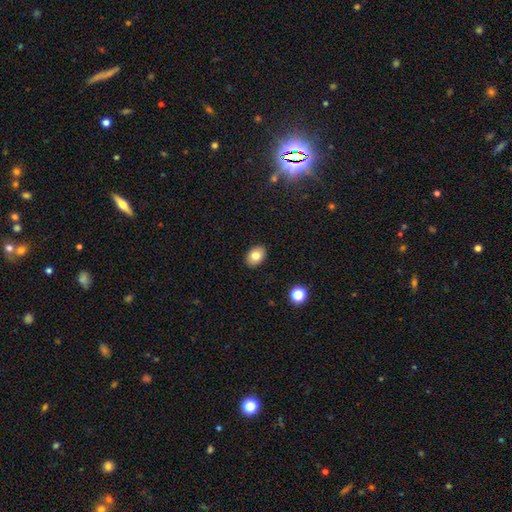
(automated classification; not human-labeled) smooth_or_featured: smooth (p=0.80) [alt: featured or disk p=0.11]
how_rounded: in between (p=0.82) [alt: round p=0.17]
merging: none (p=0.90) [alt: minor disturbance p=0.08]